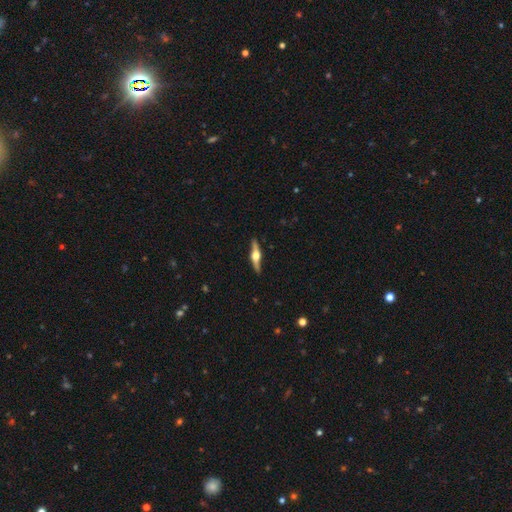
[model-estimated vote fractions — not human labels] featured or disk 79%, smooth 16%, star or artifact 5%. Down the decision tree: edge-on disk — yes (97%); edge-on bulge — rounded (95%); merging — none (89%).